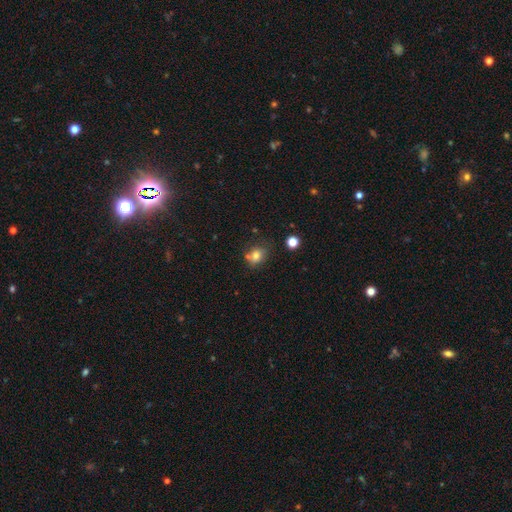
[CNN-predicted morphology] smooth-or-featured: smooth: 75% | star or artifact: 13% | featured or disk: 12%
  how-rounded: round: 63% | in between: 36% | cigar-shaped: 1%
  merging: none: 59% | minor disturbance: 19% | merger: 16% | major disturbance: 6%